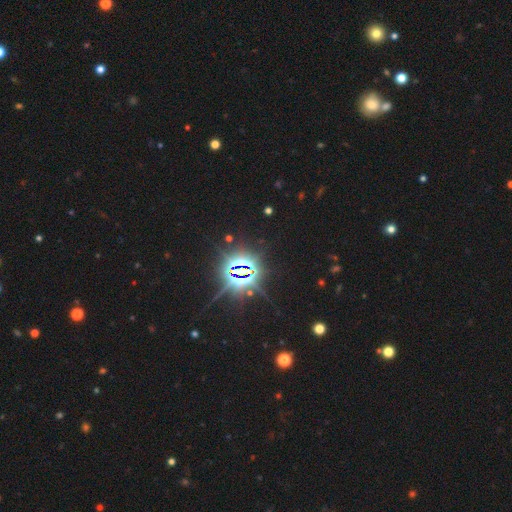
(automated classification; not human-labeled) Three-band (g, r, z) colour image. It shows a star or artifact, not a galaxy (86%).